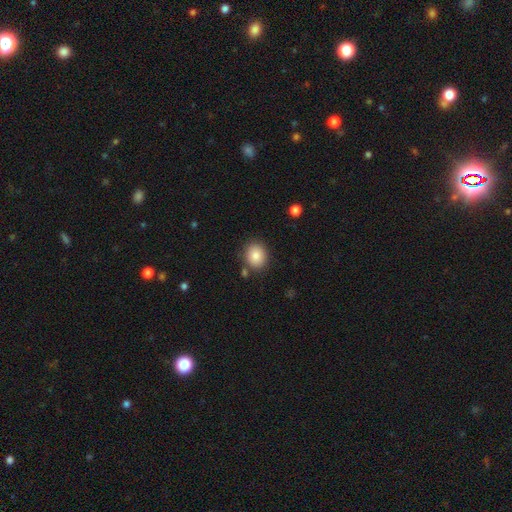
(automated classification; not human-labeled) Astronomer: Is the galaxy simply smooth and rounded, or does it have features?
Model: smooth — 84%.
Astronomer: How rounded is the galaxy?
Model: round — 67%.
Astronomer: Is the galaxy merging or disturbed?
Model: none — 82%.